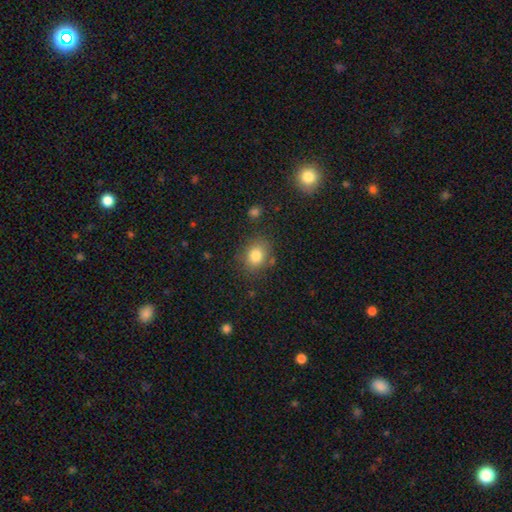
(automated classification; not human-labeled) This appears to be a smooth galaxy with no disk features (81%) that is round (59%). Merging: none (78%).